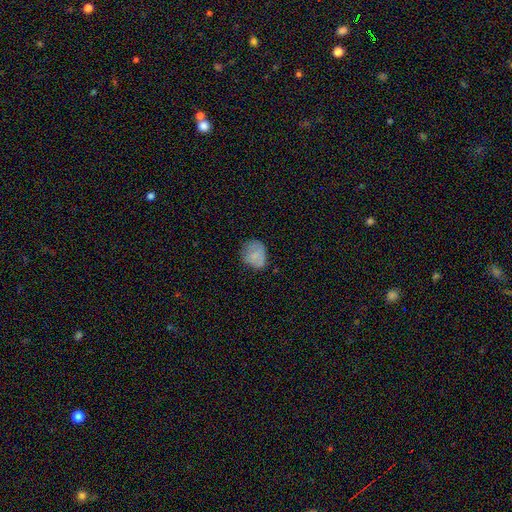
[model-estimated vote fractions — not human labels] Smooth or featured?
  - smooth: 76% *
  - featured or disk: 14%
  - star or artifact: 9%
How rounded?
  - round: 59% *
  - in between: 40%
  - cigar-shaped: 1%
Merging?
  - none: 60% *
  - minor disturbance: 29%
  - major disturbance: 10%
  - merger: 2%